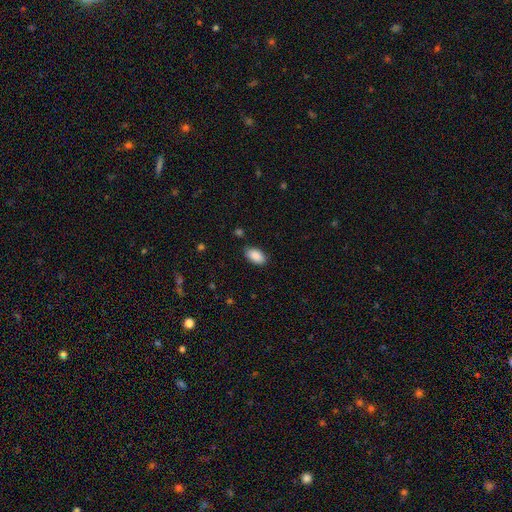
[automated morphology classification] smooth_or_featured: smooth (p=0.90) [alt: star or artifact p=0.07]
how_rounded: in between (p=0.94) [alt: round p=0.03]
merging: none (p=0.84) [alt: minor disturbance p=0.12]